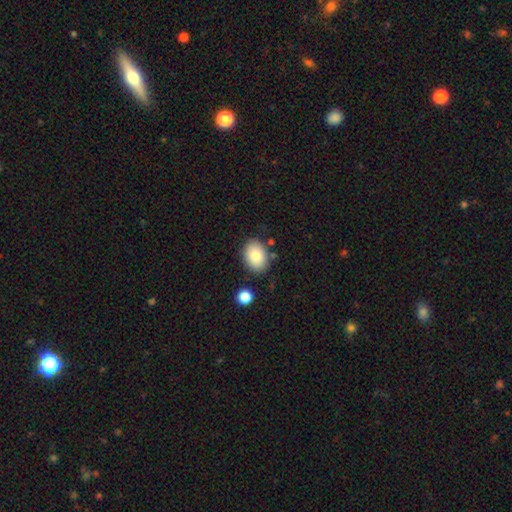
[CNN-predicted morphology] This is clearly a smooth galaxy (84%). How rounded: likely in between (77%). Merging: clearly none (82%).